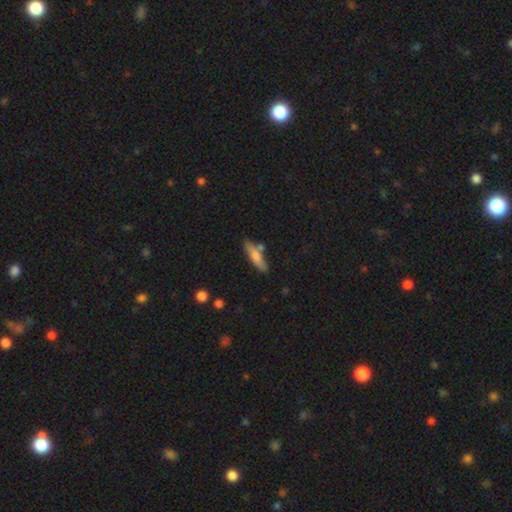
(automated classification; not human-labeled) Smooth or featured: smooth — 66% (featured or disk — 28%)
How rounded: cigar-shaped — 71% (in between — 26%)
Merging: none — 72% (minor disturbance — 15%)